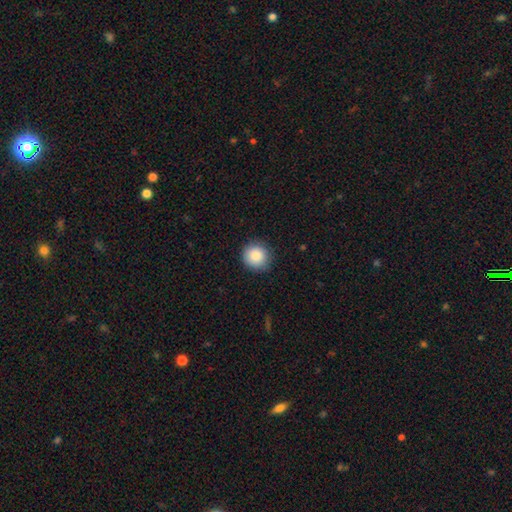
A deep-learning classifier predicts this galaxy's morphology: Q: Smooth or featured?
A: smooth (87%); runner-up: star or artifact (8%)
Q: How rounded?
A: round (95%); runner-up: in between (5%)
Q: Merging?
A: none (89%); runner-up: minor disturbance (8%)